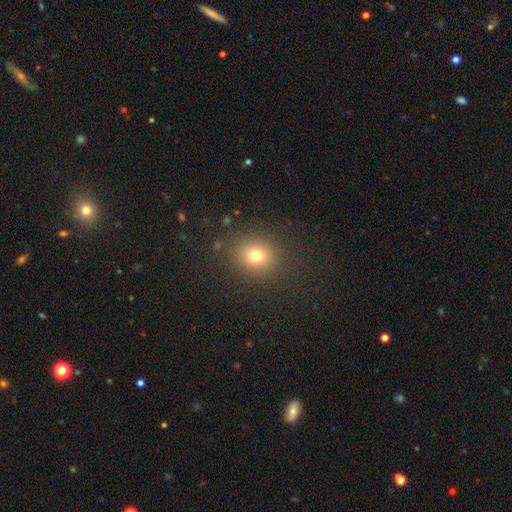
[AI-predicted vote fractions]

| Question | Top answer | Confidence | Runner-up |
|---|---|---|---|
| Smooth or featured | smooth | 75% | star or artifact (16%) |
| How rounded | round | 75% | in between (24%) |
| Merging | none | 87% | minor disturbance (8%) |